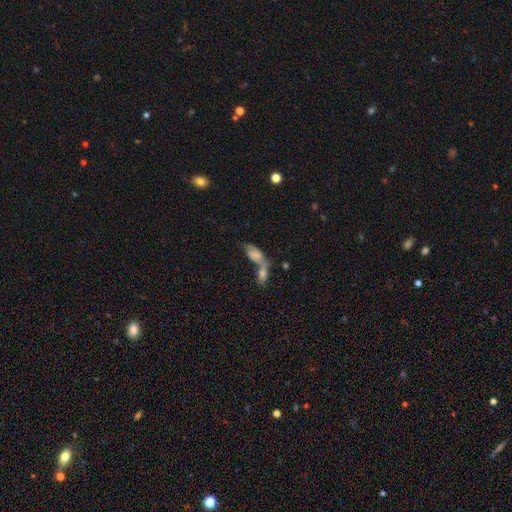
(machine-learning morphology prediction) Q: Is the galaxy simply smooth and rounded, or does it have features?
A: smooth — 60%.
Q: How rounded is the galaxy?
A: in between — 83%.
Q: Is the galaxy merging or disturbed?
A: merger — 66%.